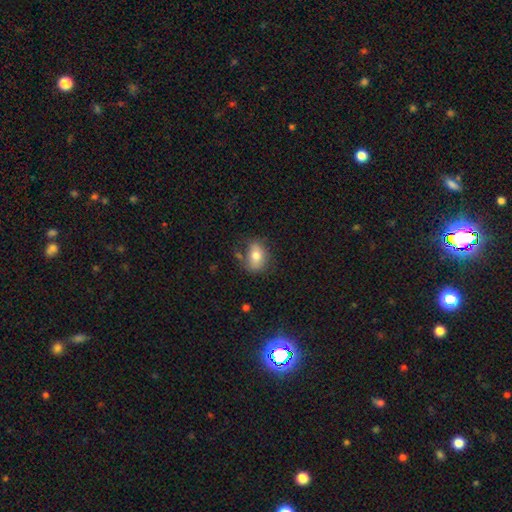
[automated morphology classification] smooth 74%, featured or disk 18%, star or artifact 8%. Down the decision tree: how rounded — in between (77%); merging — none (65%).